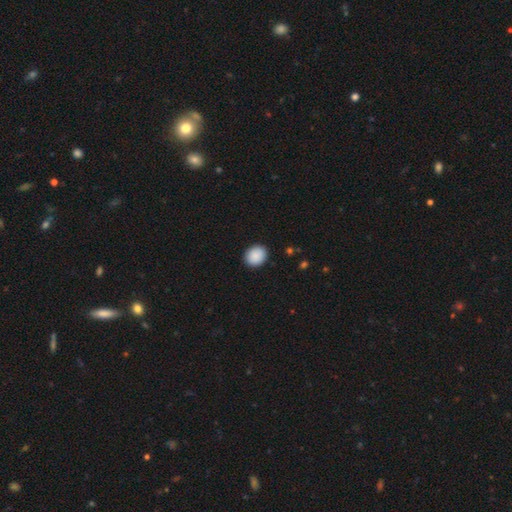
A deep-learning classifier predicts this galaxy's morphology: This is clearly a smooth galaxy (90%). How rounded: likely round (61%). Merging: clearly none (91%).